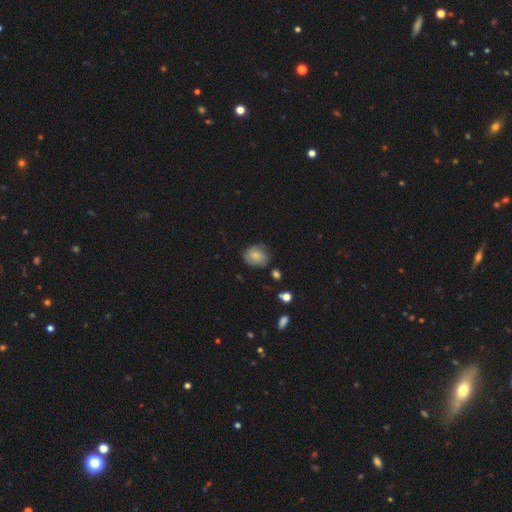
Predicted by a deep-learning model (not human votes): Overall: smooth (79%). How rounded: round (52%; in between 47%). Merging: none (68%).